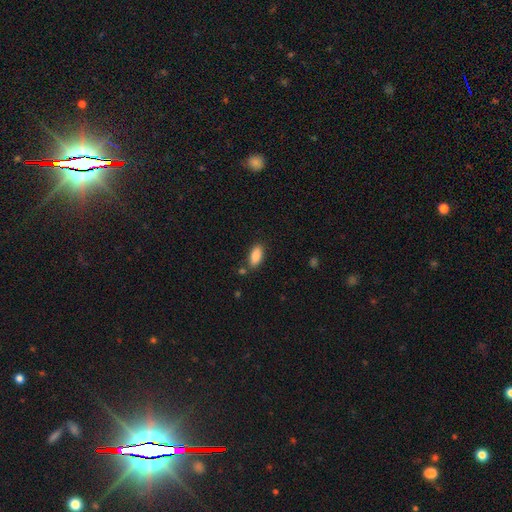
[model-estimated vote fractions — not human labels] smooth-or-featured: smooth: 87% | star or artifact: 7% | featured or disk: 7%
  how-rounded: in between: 87% | cigar-shaped: 11% | round: 2%
  merging: none: 80% | minor disturbance: 12% | merger: 5% | major disturbance: 3%